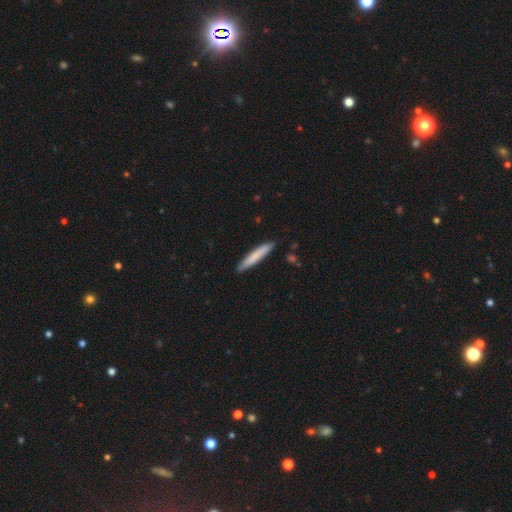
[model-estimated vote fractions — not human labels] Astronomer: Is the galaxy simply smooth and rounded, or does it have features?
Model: smooth — 78%.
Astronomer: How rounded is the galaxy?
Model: cigar-shaped — 94%.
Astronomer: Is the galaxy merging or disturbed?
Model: none — 89%.